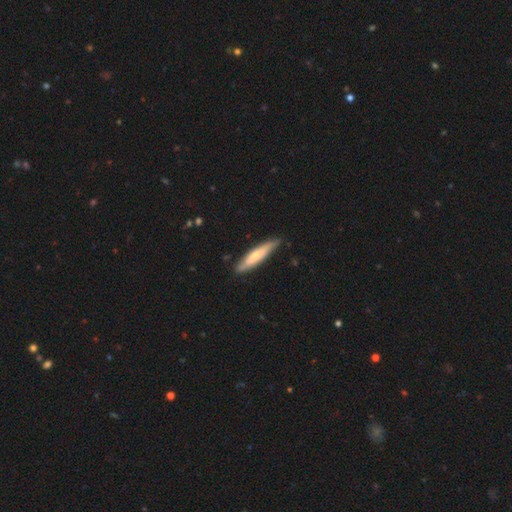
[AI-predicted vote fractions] Smooth or featured? Predicted: smooth (p=0.58). How rounded? Predicted: cigar-shaped (p=0.85). Merging? Predicted: none (p=0.80).